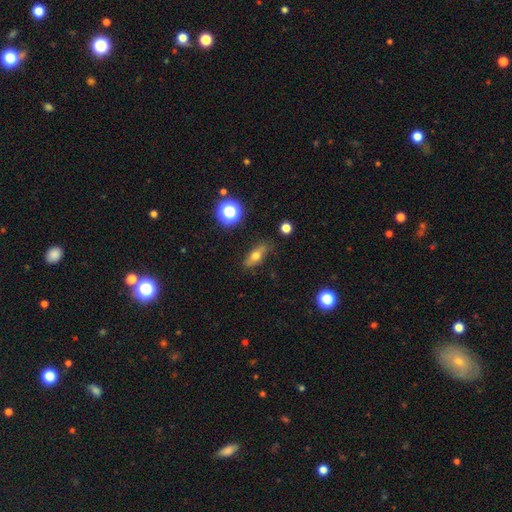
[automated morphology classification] smooth-or-featured: smooth: 64% | featured or disk: 25% | star or artifact: 12%
  how-rounded: in between: 65% | cigar-shaped: 25% | round: 10%
  merging: none: 78% | minor disturbance: 17% | major disturbance: 4% | merger: 2%